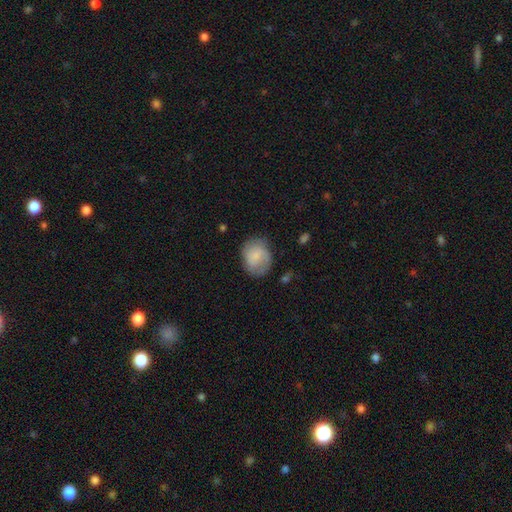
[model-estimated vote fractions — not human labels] Smooth or featured: smooth — 60% (featured or disk — 32%)
How rounded: round — 60% (in between — 39%)
Merging: none — 64% (minor disturbance — 23%)